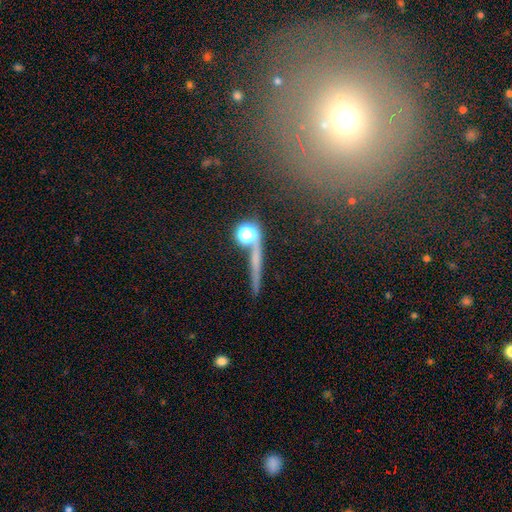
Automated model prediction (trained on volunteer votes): A smooth galaxy with no disk features (46%). Merging: none (67%).